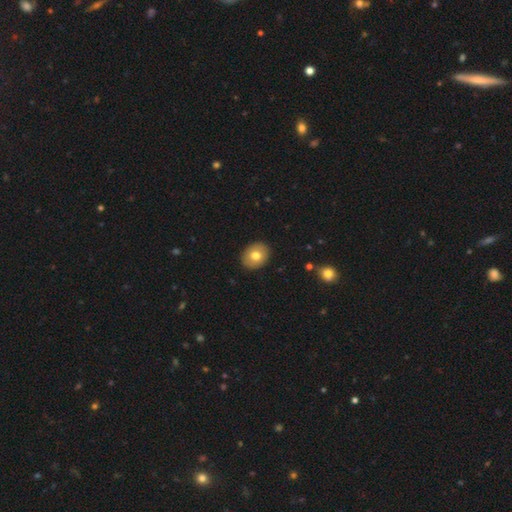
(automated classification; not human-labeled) smooth_or_featured: smooth (p=0.74) [alt: featured or disk p=0.18]
how_rounded: in between (p=0.58) [alt: round p=0.41]
merging: none (p=0.90) [alt: minor disturbance p=0.07]